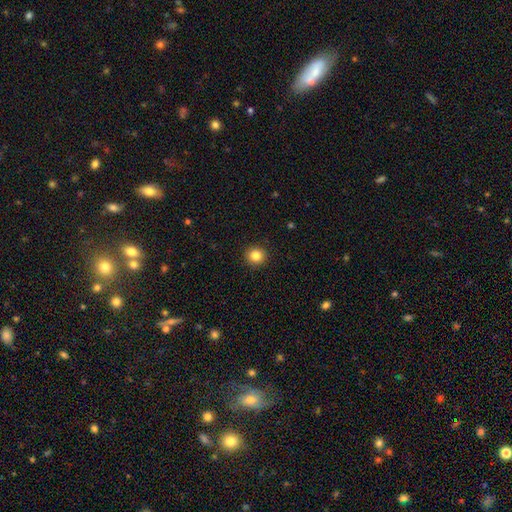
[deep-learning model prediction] The model was most divided on "smooth or featured": smooth: 85%, star or artifact: 11%, featured or disk: 5%. More confident: merging — none (92%); how rounded — round (92%).